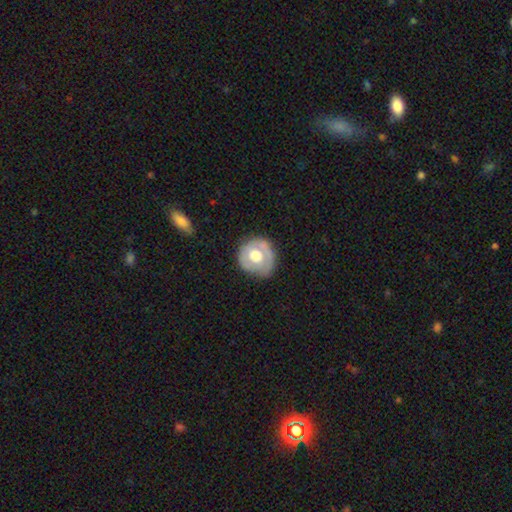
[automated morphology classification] Overall: featured or disk (52%; smooth 42%). Edge-on disk: no (95%). Merging: none (72%).